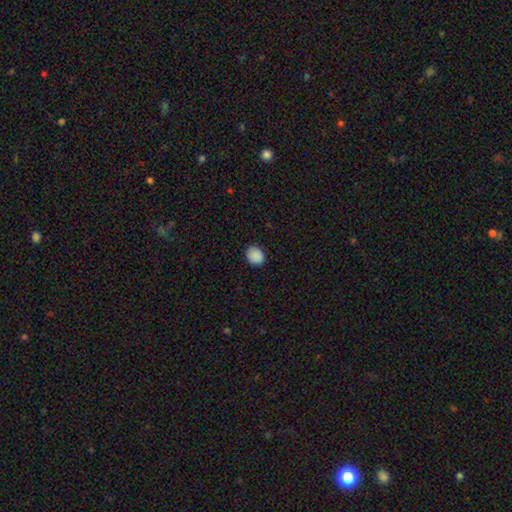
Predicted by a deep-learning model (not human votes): A smooth galaxy with no disk features (89%) that is round (59%). Merging: none (87%).